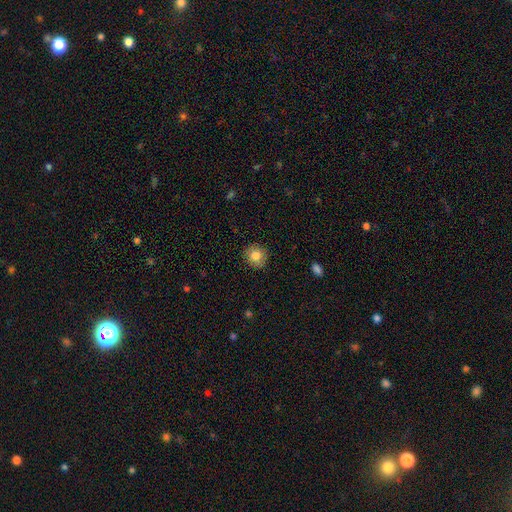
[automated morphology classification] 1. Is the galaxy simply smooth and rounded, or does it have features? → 81% smooth, 10% featured or disk, 9% star or artifact.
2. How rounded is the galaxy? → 88% round, 11% in between, 1% cigar-shaped.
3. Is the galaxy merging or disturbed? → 89% none, 8% minor disturbance, 2% major disturbance, 1% merger.